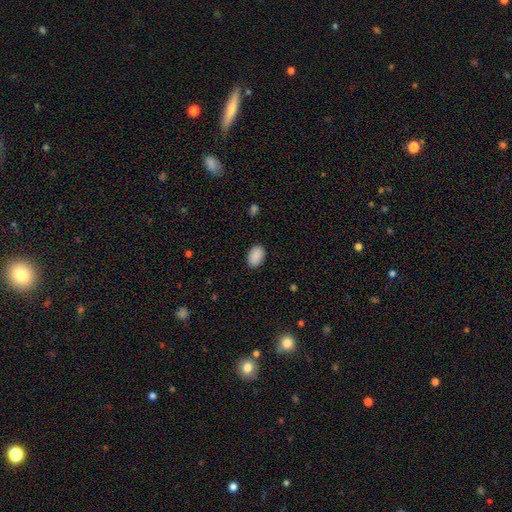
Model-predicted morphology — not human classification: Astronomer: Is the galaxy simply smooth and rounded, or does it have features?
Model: smooth — 90%.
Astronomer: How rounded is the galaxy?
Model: in between — 88%.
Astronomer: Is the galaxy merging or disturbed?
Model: none — 88%.